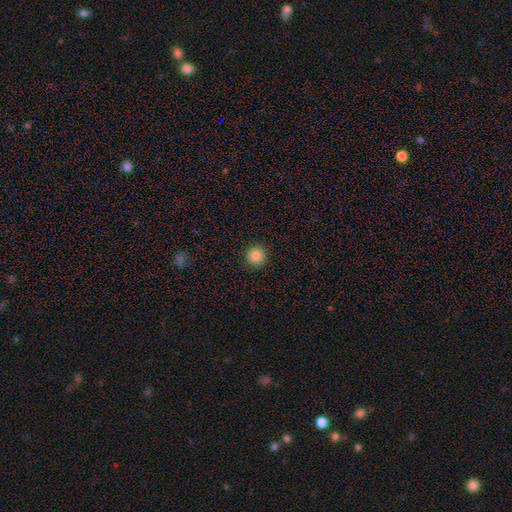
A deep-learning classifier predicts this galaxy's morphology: The model was most divided on "smooth or featured": smooth: 86%, star or artifact: 10%, featured or disk: 4%. More confident: how rounded — round (95%); merging — none (92%).